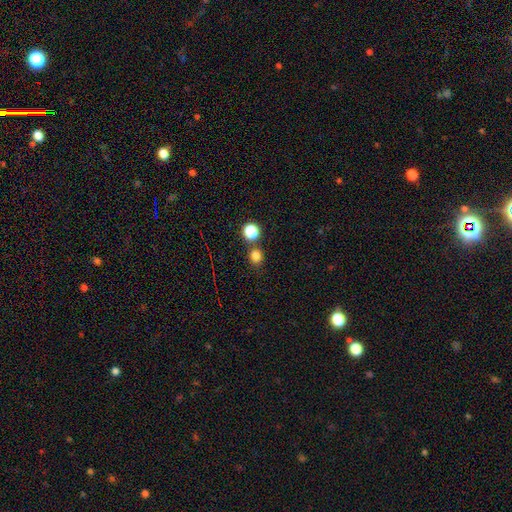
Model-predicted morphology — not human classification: type=smooth (78%); roundness=round (79%); merging=none (75%).